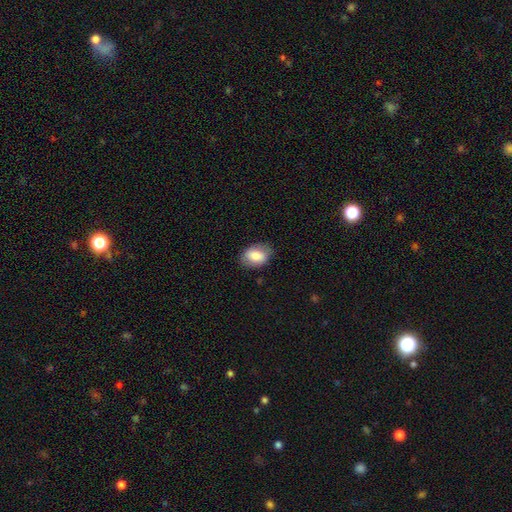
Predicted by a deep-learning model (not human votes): Smooth or featured: smooth — 75% (featured or disk — 18%)
How rounded: in between — 82% (round — 17%)
Merging: none — 80% (minor disturbance — 15%)